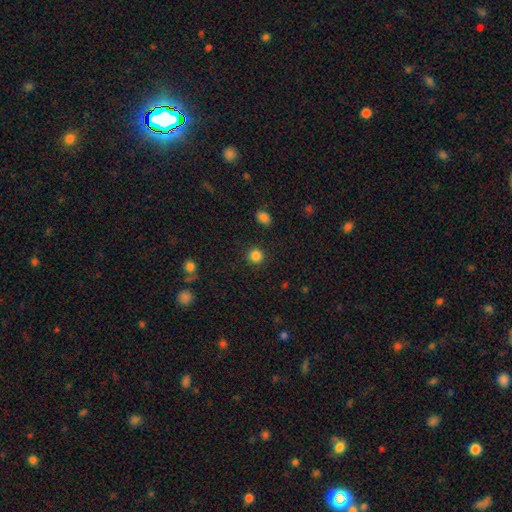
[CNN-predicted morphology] smooth_or_featured: smooth (p=0.85) [alt: star or artifact p=0.12]
how_rounded: round (p=0.92) [alt: in between p=0.07]
merging: none (p=0.91) [alt: minor disturbance p=0.05]